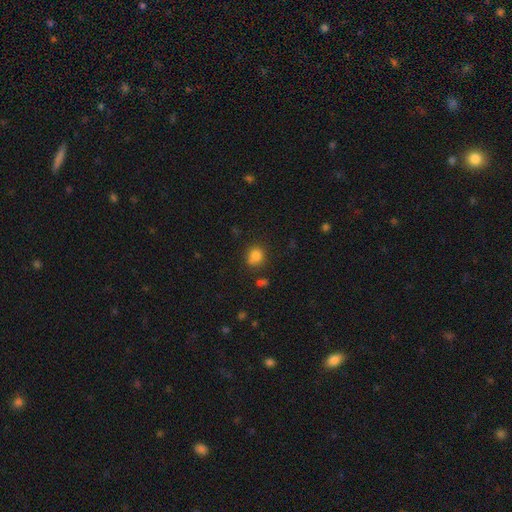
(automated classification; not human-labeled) Morphology: type=smooth (81%); roundness=round (79%); merging=none (70%).